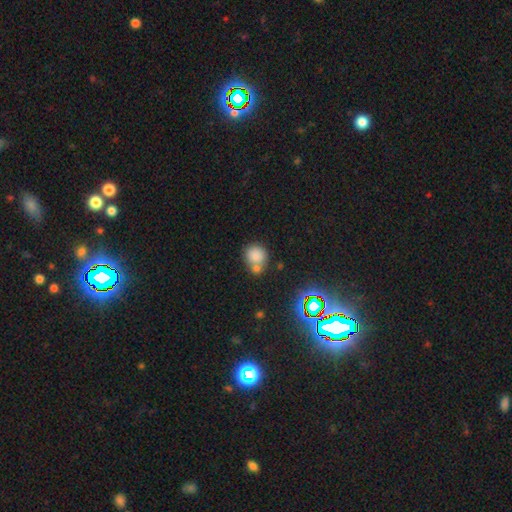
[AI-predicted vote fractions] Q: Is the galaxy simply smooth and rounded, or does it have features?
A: smooth — 77%.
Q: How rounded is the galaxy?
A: round — 85%.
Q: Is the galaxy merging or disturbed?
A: none — 48%.